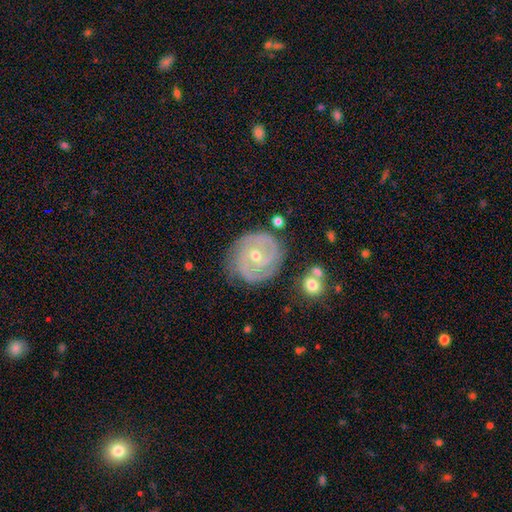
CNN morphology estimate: type=featured or disk (85%); edge-on=no (97%); bar=no (60%); spiral arms=yes (95%); winding=tight (70%); arm count=2 (35%); bulge=small (50%); merging=none (78%).